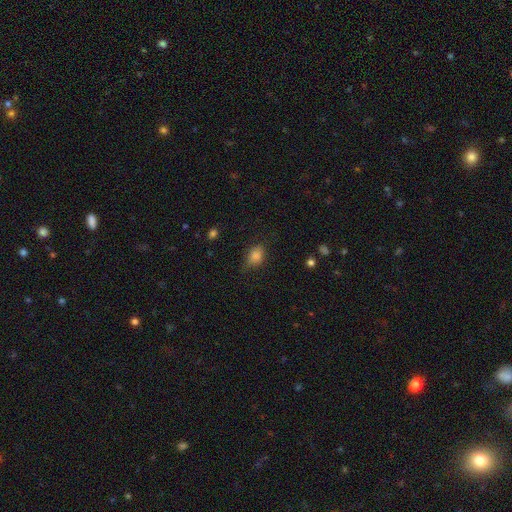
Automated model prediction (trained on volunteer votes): smooth-or-featured: smooth: 83% | star or artifact: 10% | featured or disk: 7%
  how-rounded: in between: 74% | round: 24% | cigar-shaped: 2%
  merging: none: 69% | minor disturbance: 23% | major disturbance: 7% | merger: 1%